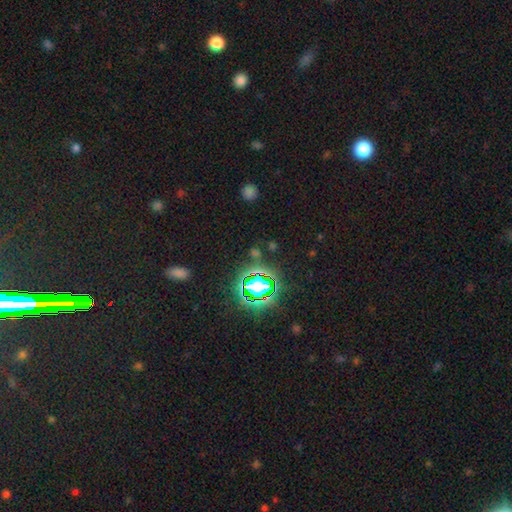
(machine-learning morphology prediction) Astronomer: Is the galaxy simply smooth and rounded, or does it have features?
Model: star or artifact — 68%.